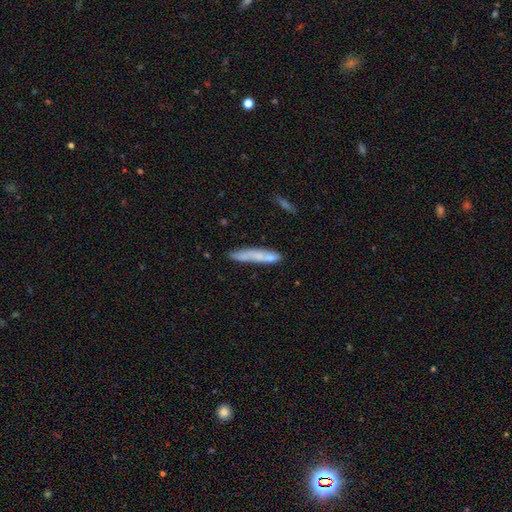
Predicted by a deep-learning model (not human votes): A smooth galaxy with no disk features (62%) that is cigar-shaped (91%). Merging: none (64%).